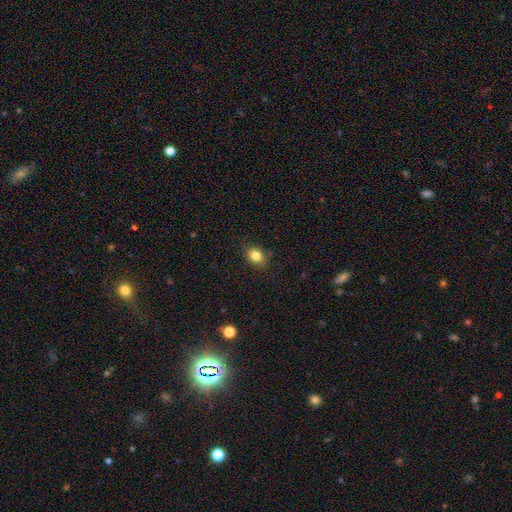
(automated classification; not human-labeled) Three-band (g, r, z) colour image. It shows a smooth galaxy with no disk features (83%) that is in between round and cigar-shaped (50%). Merging: none (86%).